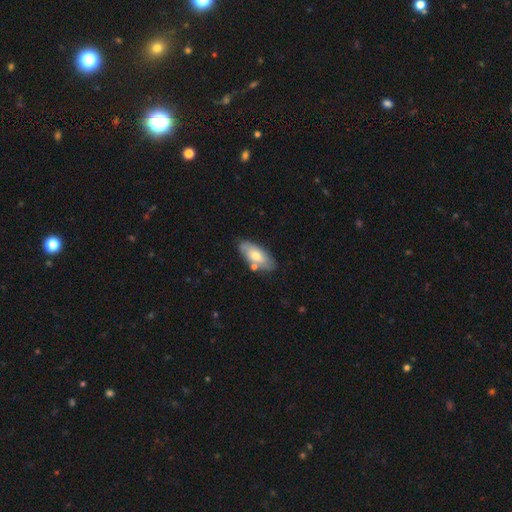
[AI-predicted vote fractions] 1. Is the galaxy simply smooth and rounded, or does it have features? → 64% smooth, 30% featured or disk, 6% star or artifact.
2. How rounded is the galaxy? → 87% in between, 10% cigar-shaped, 3% round.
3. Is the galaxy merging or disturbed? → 71% none, 16% minor disturbance, 10% merger, 3% major disturbance.